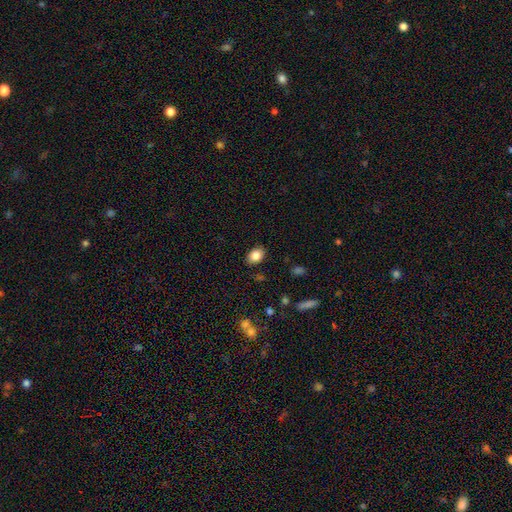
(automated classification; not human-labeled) Overall: smooth (85%). How rounded: in between (79%). Merging: none (86%).